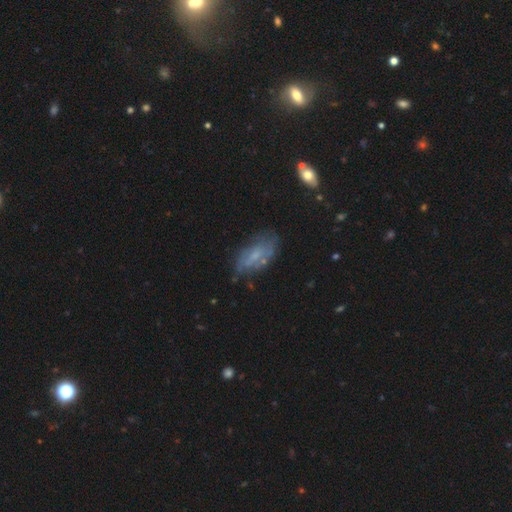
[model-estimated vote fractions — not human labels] Q: Smooth or featured?
A: featured or disk (49%); runner-up: smooth (42%)
Q: Merging?
A: none (58%); runner-up: minor disturbance (27%)